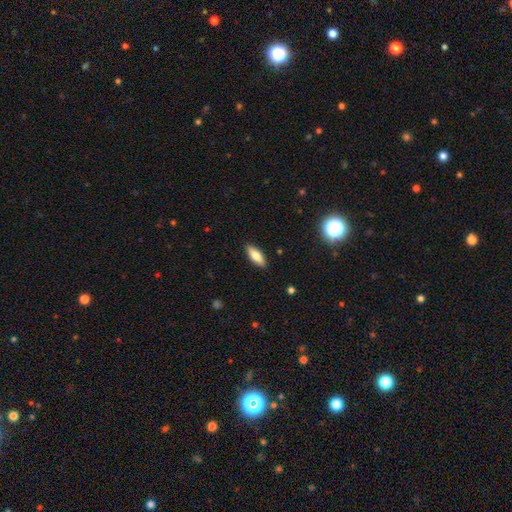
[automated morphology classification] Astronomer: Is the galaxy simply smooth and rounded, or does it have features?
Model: smooth — 75%.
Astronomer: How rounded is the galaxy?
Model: in between — 70%.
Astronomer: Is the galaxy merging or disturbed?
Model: none — 89%.